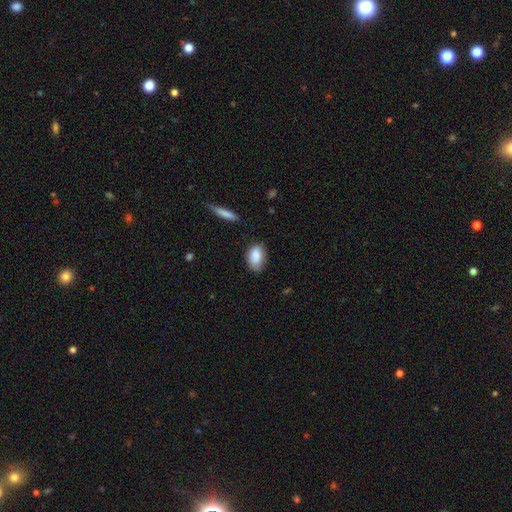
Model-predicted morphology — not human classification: Overall: smooth (86%). How rounded: in between (90%). Merging: none (67%).